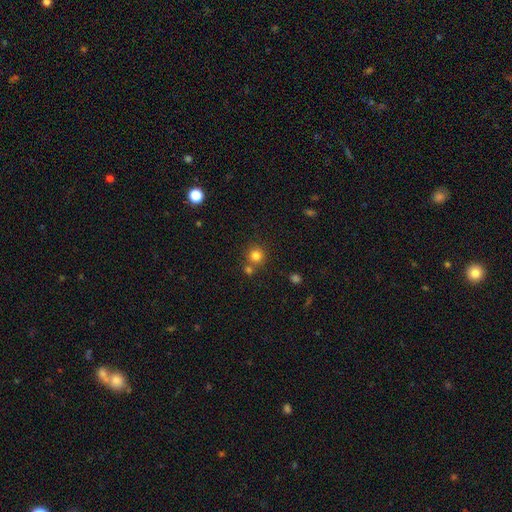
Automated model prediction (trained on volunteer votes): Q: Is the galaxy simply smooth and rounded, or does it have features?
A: smooth — 80%.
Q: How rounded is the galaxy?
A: round — 92%.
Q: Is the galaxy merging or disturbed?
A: none — 69%.